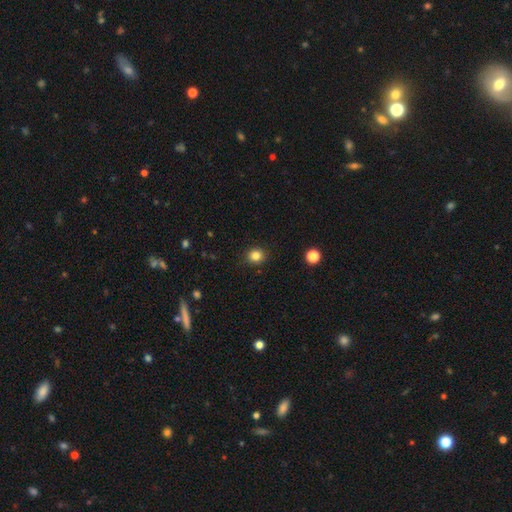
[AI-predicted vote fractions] Q: Smooth or featured?
A: smooth (84%); runner-up: star or artifact (12%)
Q: How rounded?
A: round (77%); runner-up: in between (22%)
Q: Merging?
A: none (89%); runner-up: minor disturbance (7%)